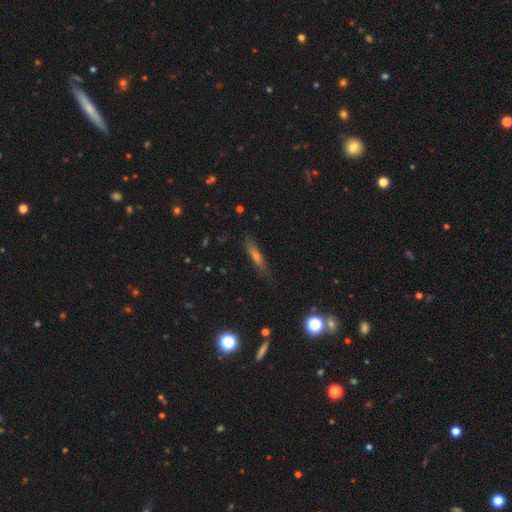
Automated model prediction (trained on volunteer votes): A smooth galaxy with no disk features (49%).

Vote fractions:
- Smooth or featured? smooth: 49% / featured or disk: 36% / star or artifact: 15%
- Merging? none: 79% / minor disturbance: 15% / major disturbance: 4% / merger: 2%